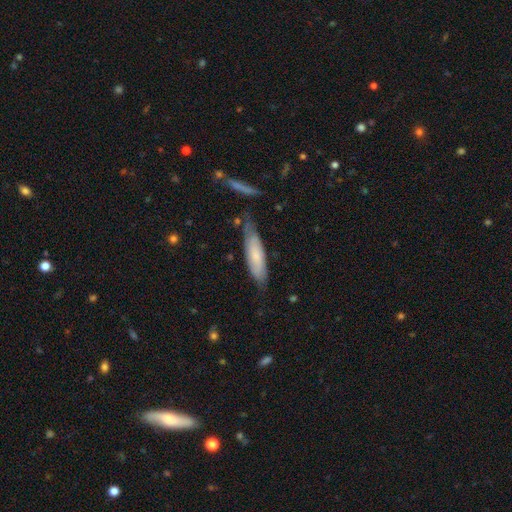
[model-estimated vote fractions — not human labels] Overall: smooth (64%; featured or disk 29%). How rounded: cigar-shaped (65%; in between 34%). Merging: none (65%).